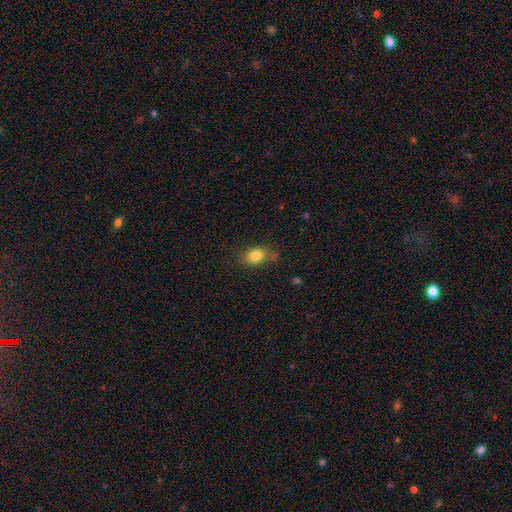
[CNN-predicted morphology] smooth-or-featured: smooth: 82% | star or artifact: 10% | featured or disk: 8%
  how-rounded: in between: 63% | round: 35% | cigar-shaped: 2%
  merging: none: 67% | minor disturbance: 23% | major disturbance: 6% | merger: 4%